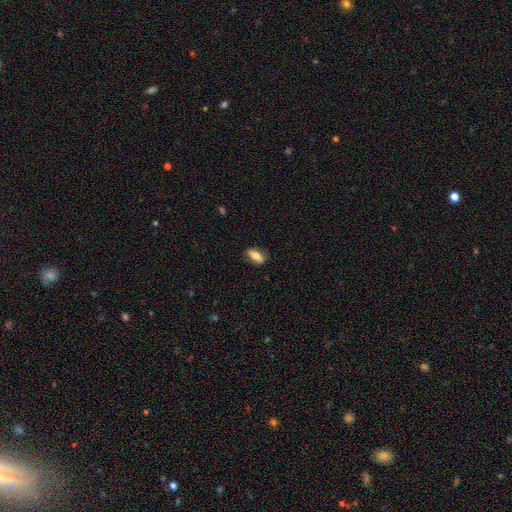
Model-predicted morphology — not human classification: smooth-or-featured: smooth: 70% | featured or disk: 23% | star or artifact: 7%
  how-rounded: in between: 81% | cigar-shaped: 15% | round: 4%
  merging: none: 80% | minor disturbance: 15% | major disturbance: 3% | merger: 1%